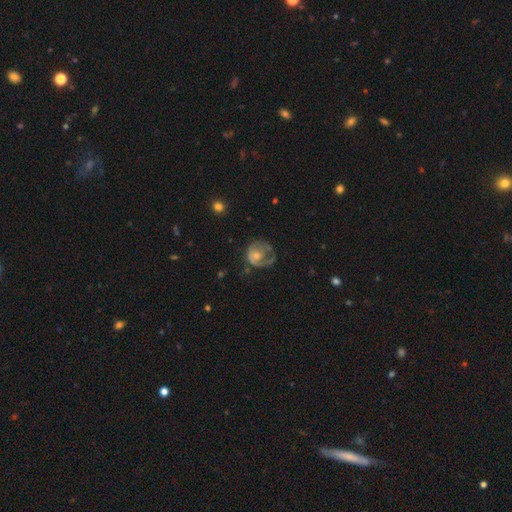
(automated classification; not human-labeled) Smooth or featured? Predicted: featured or disk (p=0.58). Edge-on disk? Predicted: no (p=0.97). Bar? Predicted: no (p=0.80). Spiral arms? Predicted: yes (p=0.58). Bulge size? Predicted: moderate (p=0.46). Merging? Predicted: major disturbance (p=0.37, tied with none).